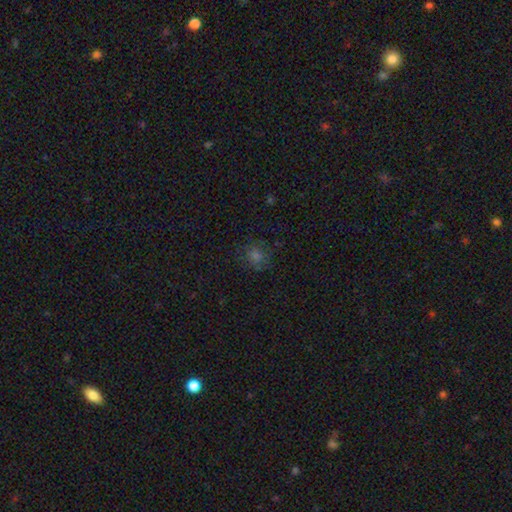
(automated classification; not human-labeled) smooth 61%, star or artifact 28%, featured or disk 11%. Down the decision tree: how rounded — round (80%); merging — none (78%).